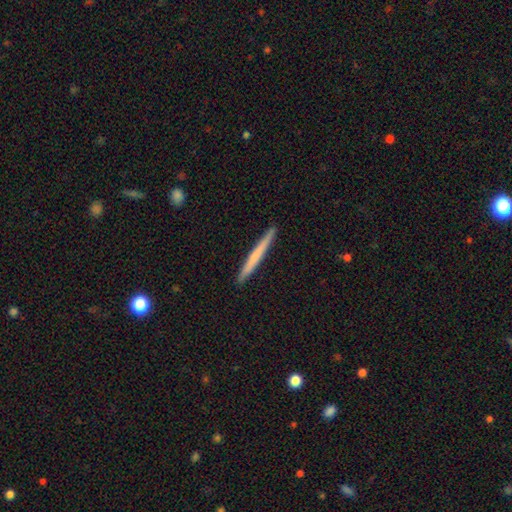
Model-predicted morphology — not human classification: A smooth galaxy with no disk features (59%) that is cigar-shaped (97%). Merging: none (93%).